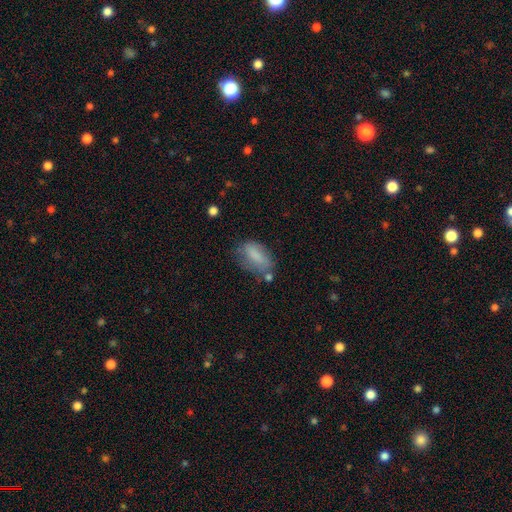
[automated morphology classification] smooth 77%, featured or disk 15%, star or artifact 8%. Down the decision tree: how rounded — in between (85%); merging — none (53%).